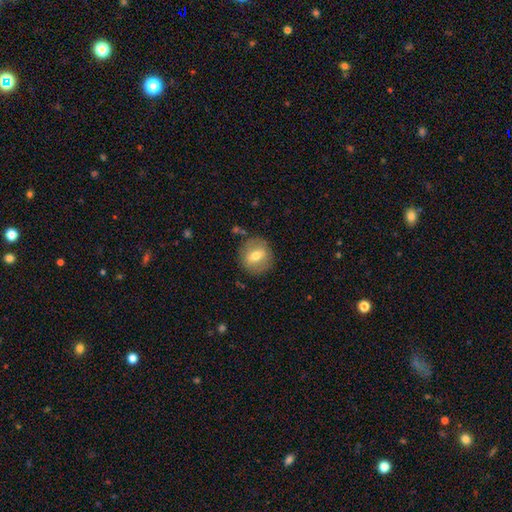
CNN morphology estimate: smooth-or-featured: smooth: 56% | featured or disk: 36% | star or artifact: 8%
  how-rounded: round: 82% | in between: 16% | cigar-shaped: 2%
  merging: none: 84% | minor disturbance: 10% | major disturbance: 4% | merger: 2%